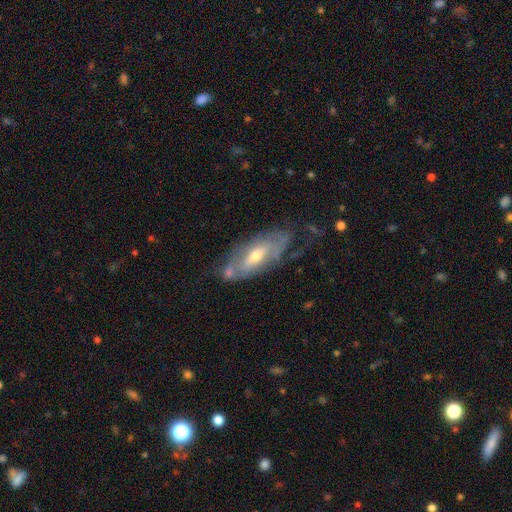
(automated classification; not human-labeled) Smooth or featured? Predicted: featured or disk (p=0.71). Edge-on disk? Predicted: no (p=0.79). Bar? Predicted: no (p=0.48). Spiral arms? Predicted: yes (p=0.66). Bulge size? Predicted: moderate (p=0.57). Merging? Predicted: none (p=0.51).